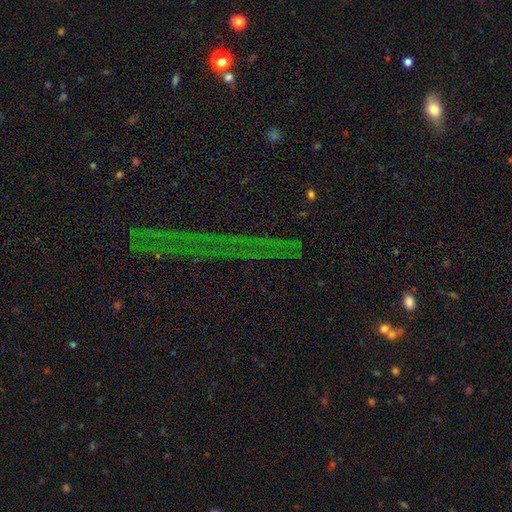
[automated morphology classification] This appears to be a star or artifact, not a galaxy (77%).